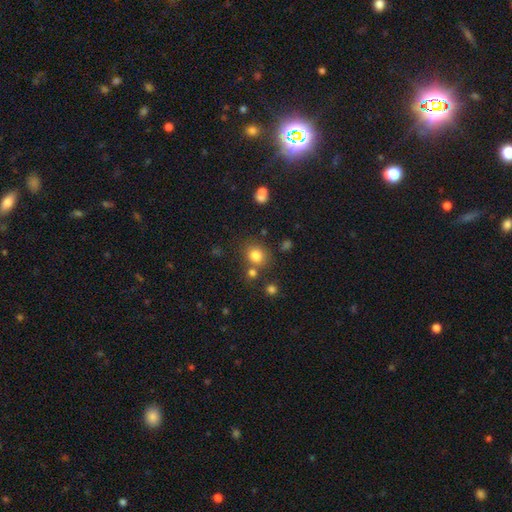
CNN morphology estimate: Smooth or featured? smooth (80%)
How rounded? round (81%)
Merging? none (72%)